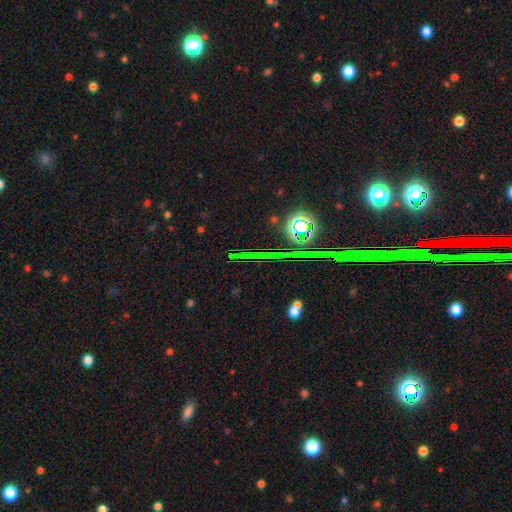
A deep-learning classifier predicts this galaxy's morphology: A star or artifact, not a galaxy (77%).